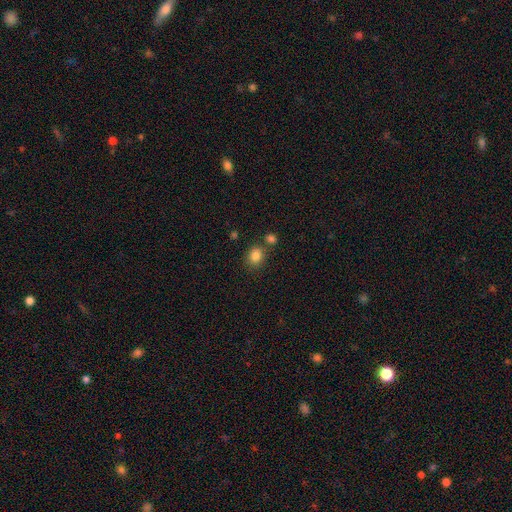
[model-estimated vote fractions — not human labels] The model was most divided on "how rounded": round: 67%, in between: 32%, cigar-shaped: 1%. More confident: smooth or featured — smooth (84%); merging — none (72%).